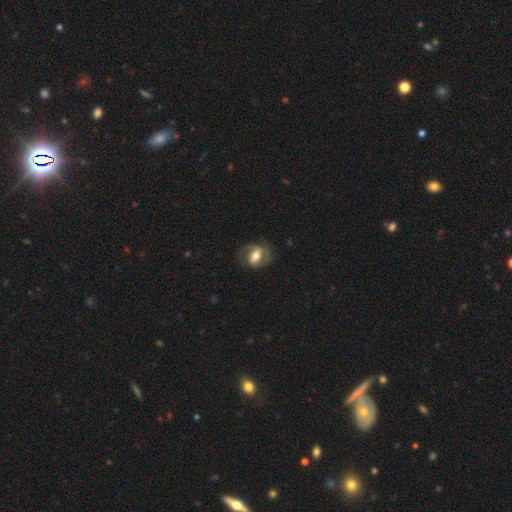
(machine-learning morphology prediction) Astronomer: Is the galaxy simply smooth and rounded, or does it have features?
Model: featured or disk — 56% (runner-up: smooth, 37%).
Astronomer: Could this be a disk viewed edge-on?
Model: no — 94%.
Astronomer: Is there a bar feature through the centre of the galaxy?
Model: weak — 37% (runner-up: strong, 36%).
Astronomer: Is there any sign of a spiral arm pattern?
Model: yes — 73%.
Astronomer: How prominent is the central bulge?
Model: moderate — 62%.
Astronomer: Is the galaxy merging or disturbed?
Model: none — 68%.